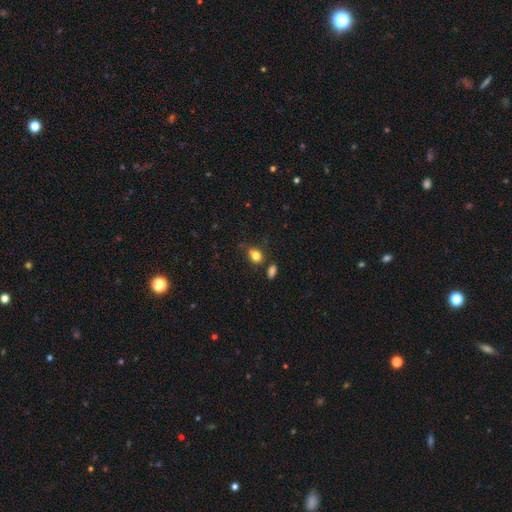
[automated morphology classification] This is clearly a smooth galaxy (81%). How rounded: possibly round (51%). Merging: likely none (61%).